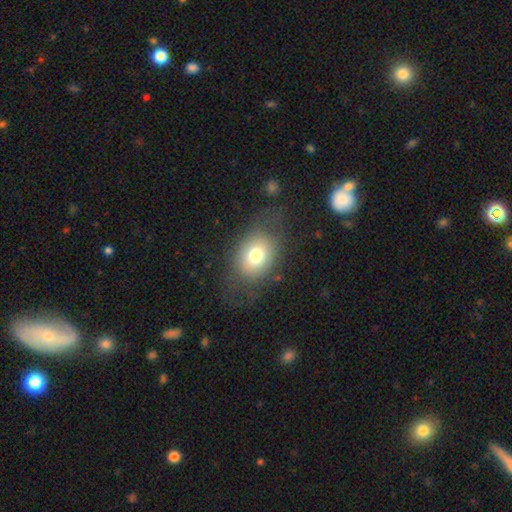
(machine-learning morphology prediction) smooth 73%, featured or disk 17%, star or artifact 10%. Down the decision tree: how rounded — in between (64%); merging — none (65%).